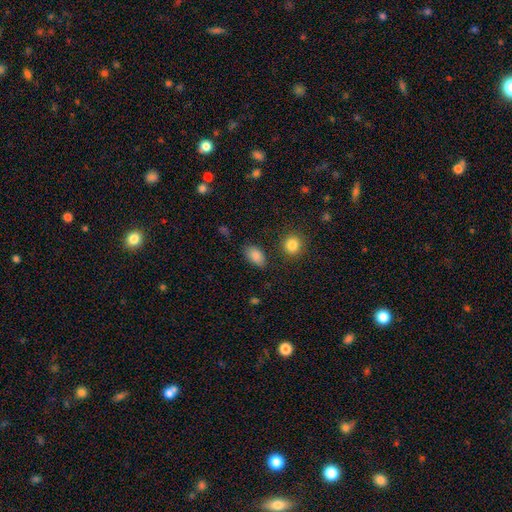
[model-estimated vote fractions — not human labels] Overall: smooth (87%). How rounded: in between (90%). Merging: none (79%).